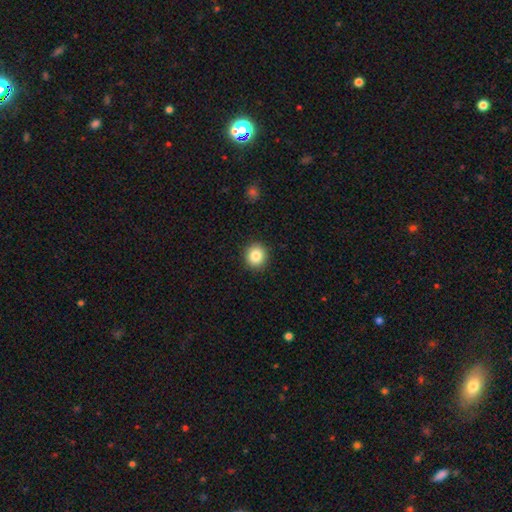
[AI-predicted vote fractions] The model was most divided on "smooth or featured": smooth: 85%, star or artifact: 9%, featured or disk: 5%. More confident: merging — none (92%); how rounded — round (89%).